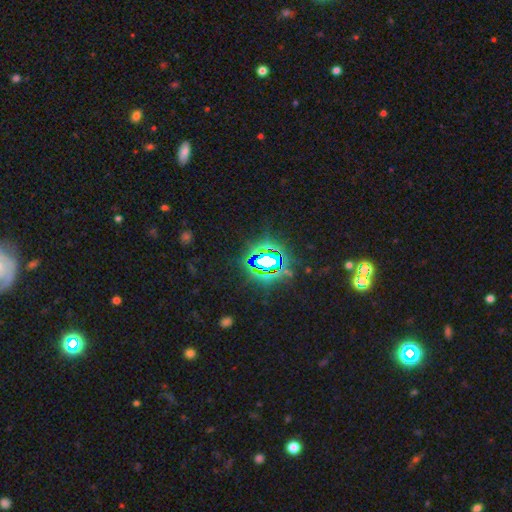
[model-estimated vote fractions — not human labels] Q: Smooth or featured?
A: star or artifact (78%); runner-up: smooth (12%)